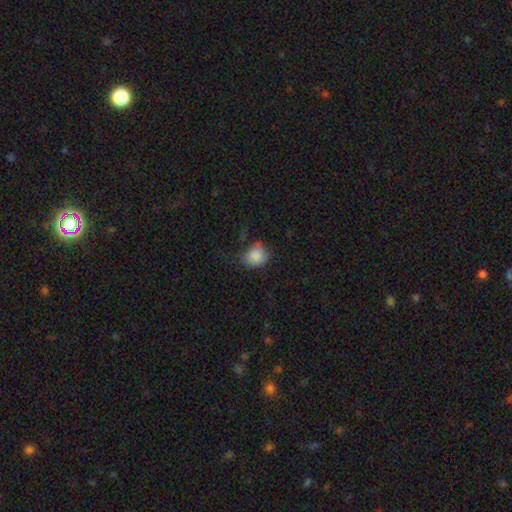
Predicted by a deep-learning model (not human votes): smooth 84%, star or artifact 9%, featured or disk 6%. Down the decision tree: how rounded — round (62%); merging — none (55%).